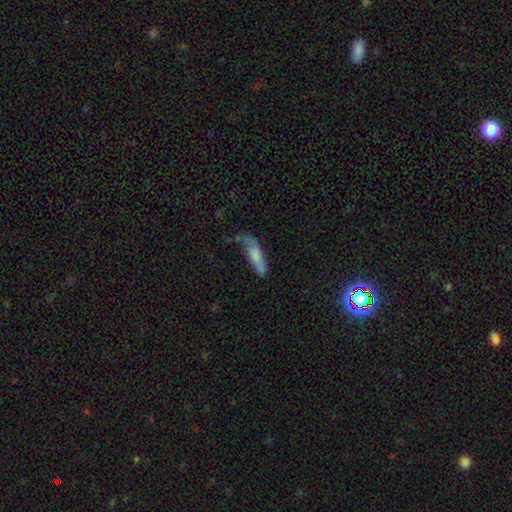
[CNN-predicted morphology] type=smooth (69%); roundness=cigar-shaped (58%); merging=none (48%).